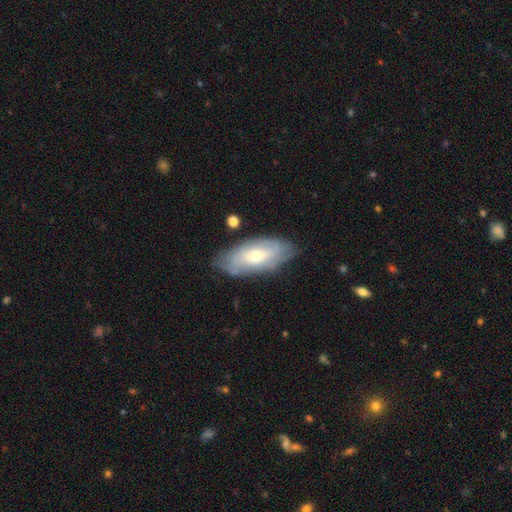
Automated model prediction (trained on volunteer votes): featured or disk 52%, smooth 42%, star or artifact 6%. Down the decision tree: edge-on disk — no (85%); merging — none (74%).